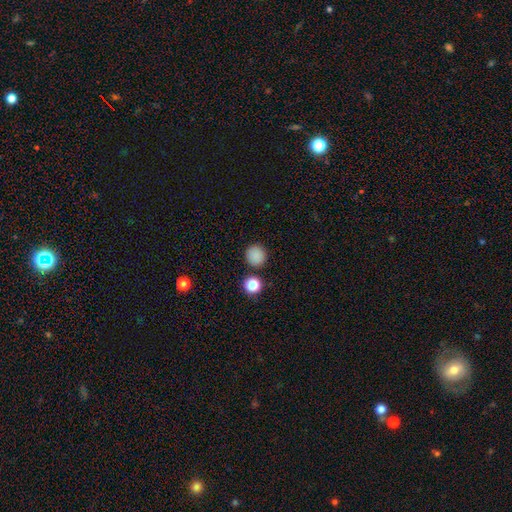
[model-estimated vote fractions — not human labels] Smooth or featured: smooth — 85% (star or artifact — 11%)
How rounded: round — 91% (in between — 8%)
Merging: none — 86% (minor disturbance — 7%)